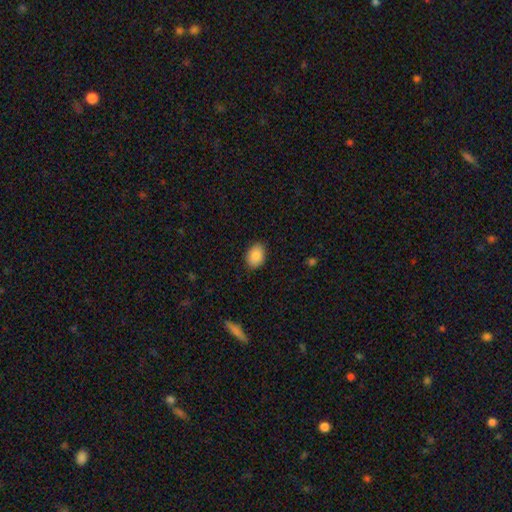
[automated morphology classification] smooth 88%, star or artifact 7%, featured or disk 5%. Down the decision tree: how rounded — in between (71%); merging — none (87%).